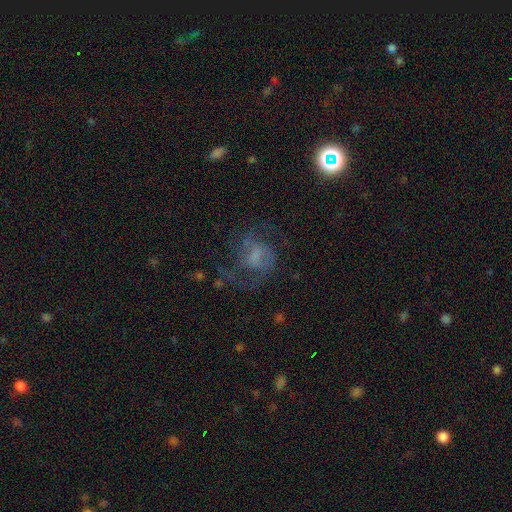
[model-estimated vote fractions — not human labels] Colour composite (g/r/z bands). It shows a featured or disk galaxy (59%) with no bar (52%), spiral arms (75%) and no central bulge (33%). Merging: none (49%).